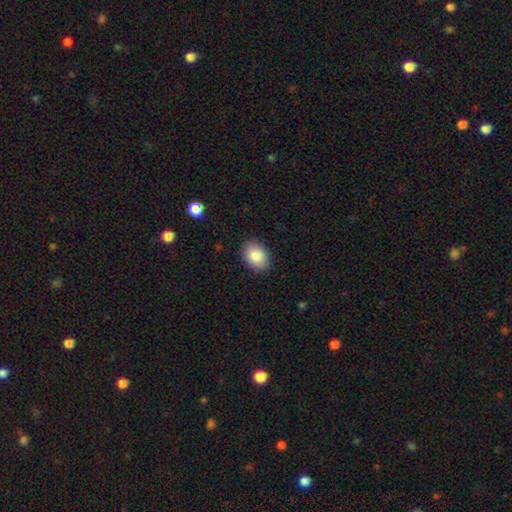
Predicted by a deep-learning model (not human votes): Morphology: type=smooth (86%); roundness=in between (81%); merging=none (88%).